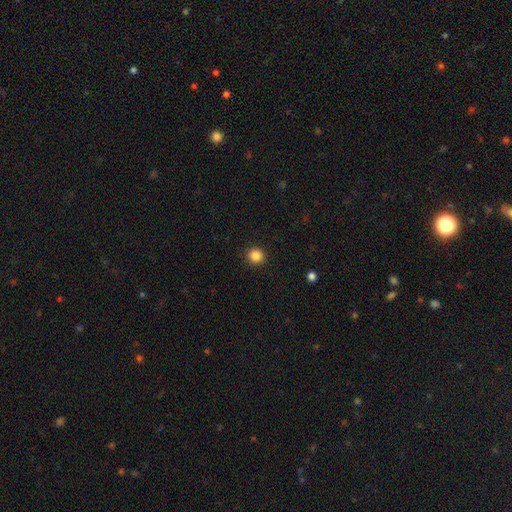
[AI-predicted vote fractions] Q: Smooth or featured?
A: smooth (85%); runner-up: star or artifact (11%)
Q: How rounded?
A: round (92%); runner-up: in between (7%)
Q: Merging?
A: none (93%); runner-up: minor disturbance (5%)